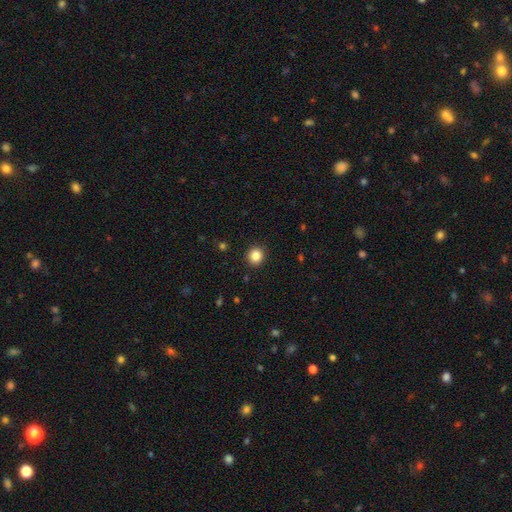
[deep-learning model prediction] A smooth galaxy with no disk features (85%) that is round (92%).

Vote fractions:
- Smooth or featured? smooth: 85% / star or artifact: 11% / featured or disk: 5%
- How rounded? round: 92% / in between: 7% / cigar-shaped: 1%
- Merging? none: 92% / minor disturbance: 5% / major disturbance: 2% / merger: 1%